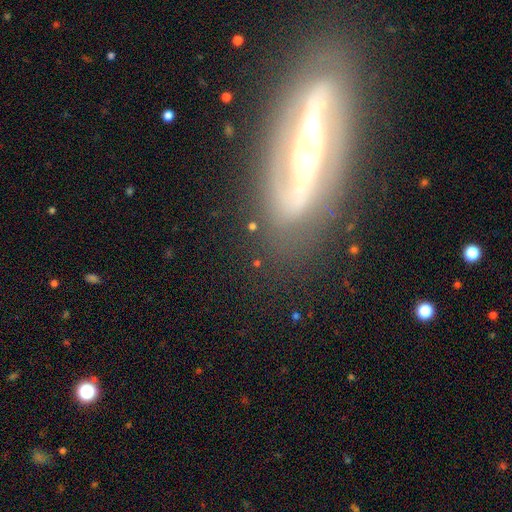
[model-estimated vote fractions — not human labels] A featured or disk galaxy (83%) with a strong bar (69%), spiral arms (74%) and a moderate central bulge (44%).

Vote fractions:
- Smooth or featured? featured or disk: 83% / smooth: 10% / star or artifact: 7%
- Edge-on disk? no: 65% / yes: 35%
- Bar? strong: 69% / weak: 17% / no: 14%
- Spiral arms? yes: 74% / no: 26%
- Bulge size? moderate: 44% / small: 23% / large: 23% / dominant: 5% / none: 5%
- Merging? none: 77% / minor disturbance: 13% / major disturbance: 7% / merger: 2%